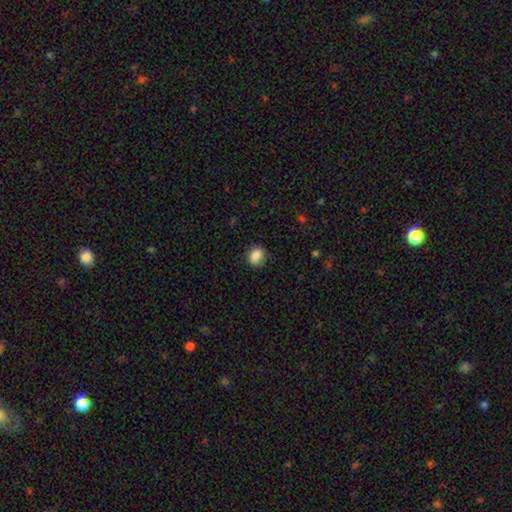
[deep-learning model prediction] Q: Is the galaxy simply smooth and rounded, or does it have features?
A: smooth — 87%.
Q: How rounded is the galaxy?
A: in between — 56%.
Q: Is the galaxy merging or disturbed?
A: none — 85%.